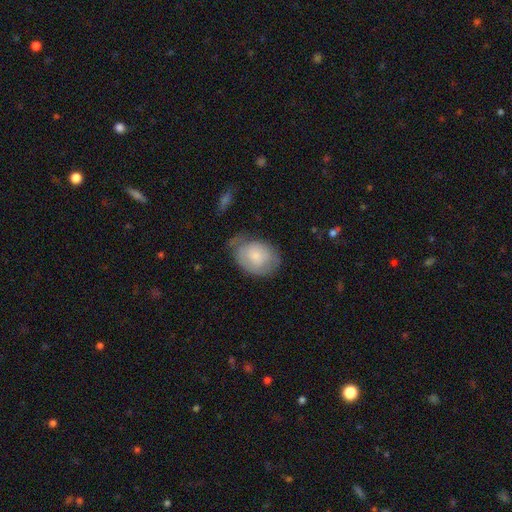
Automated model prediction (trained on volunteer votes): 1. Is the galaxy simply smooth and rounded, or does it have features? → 66% smooth, 28% featured or disk, 7% star or artifact.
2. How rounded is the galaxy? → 73% in between, 26% round, 1% cigar-shaped.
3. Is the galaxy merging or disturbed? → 48% none, 35% minor disturbance, 15% major disturbance, 3% merger.